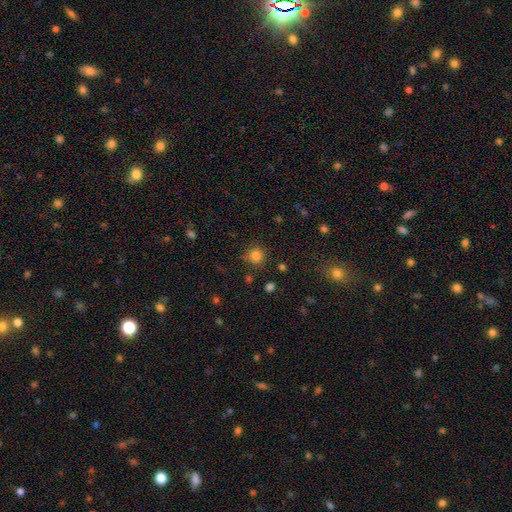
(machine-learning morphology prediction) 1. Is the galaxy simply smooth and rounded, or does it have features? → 81% smooth, 14% star or artifact, 5% featured or disk.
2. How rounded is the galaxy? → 92% round, 7% in between, 1% cigar-shaped.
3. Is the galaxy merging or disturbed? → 84% none, 10% minor disturbance, 3% major disturbance, 3% merger.